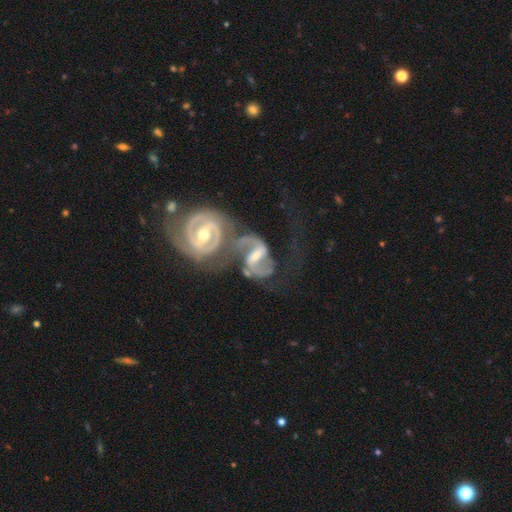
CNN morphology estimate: The model was most divided on "bulge size": moderate: 57%, small: 36%, large: 3%, none: 2%, dominant: 1%. More confident: edge-on disk — no (97%); spiral arms — yes (96%); smooth or featured — featured or disk (90%); spiral arm count — 2 (88%); merging — merger (61%); bar — strong (60%); spiral winding — medium (52%).